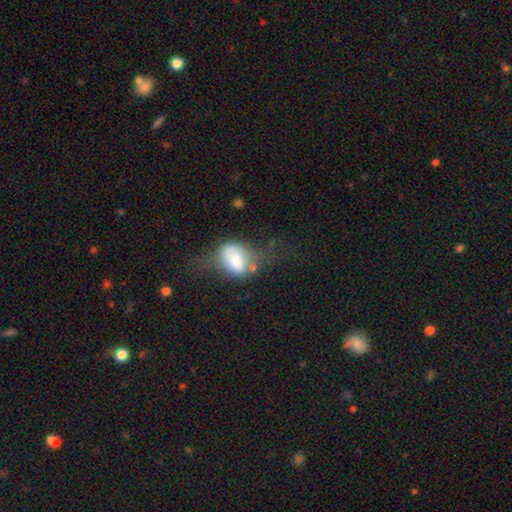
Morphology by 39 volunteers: Smooth or featured?
  - smooth: 49% *
  - featured or disk: 41%
  - star or artifact: 10%
How rounded?
  - in between: 74% *
  - round: 21%
  - cigar-shaped: 5%
Merging?
  - none: 46% *
  - minor disturbance: 29%
  - major disturbance: 17%
  - merger: 9%